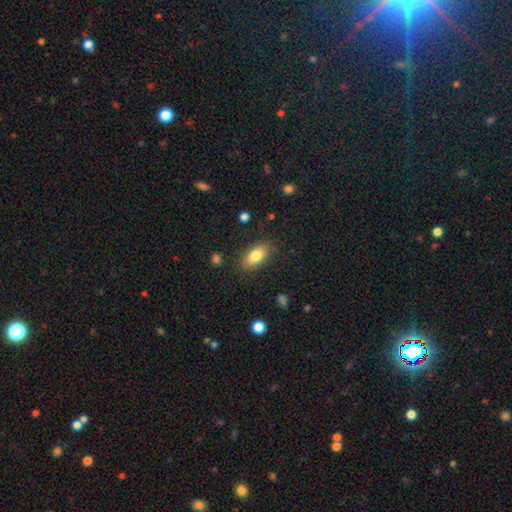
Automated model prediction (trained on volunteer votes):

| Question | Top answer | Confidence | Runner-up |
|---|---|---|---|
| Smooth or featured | smooth | 81% | featured or disk (11%) |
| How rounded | in between | 88% | cigar-shaped (7%) |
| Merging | none | 83% | minor disturbance (12%) |